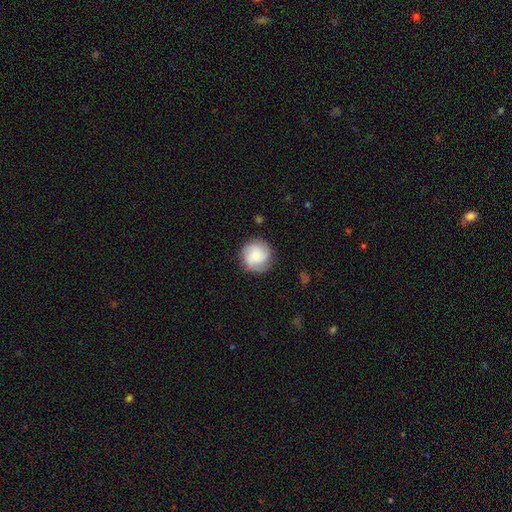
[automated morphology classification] This is possibly a smooth galaxy (60%). How rounded: clearly round (93%). Merging: clearly none (82%).